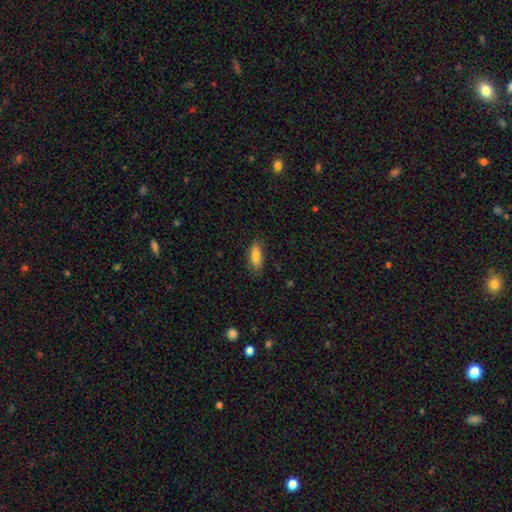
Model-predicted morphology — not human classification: Overall: smooth (82%). How rounded: in between (75%). Merging: none (81%).